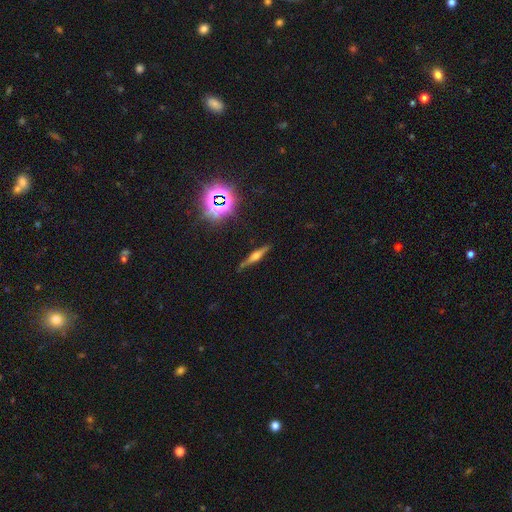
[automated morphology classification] Smooth or featured: featured or disk — 64% (smooth — 22%)
Edge-on disk: yes — 96% (no — 4%)
Edge-on bulge: rounded — 84% (boxy — 12%)
Merging: none — 85% (minor disturbance — 11%)